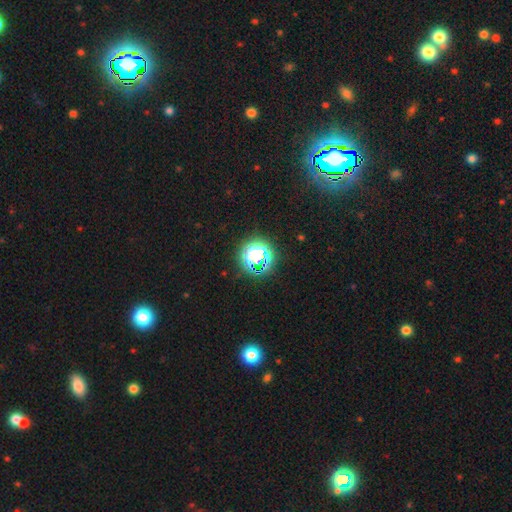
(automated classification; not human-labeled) A star or artifact, not a galaxy (59%).